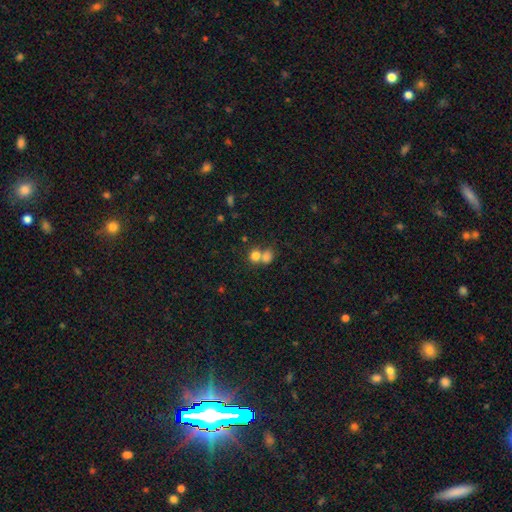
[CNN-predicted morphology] Q: Smooth or featured?
A: smooth (77%); runner-up: star or artifact (13%)
Q: How rounded?
A: round (73%); runner-up: in between (26%)
Q: Merging?
A: merger (55%); runner-up: none (35%)